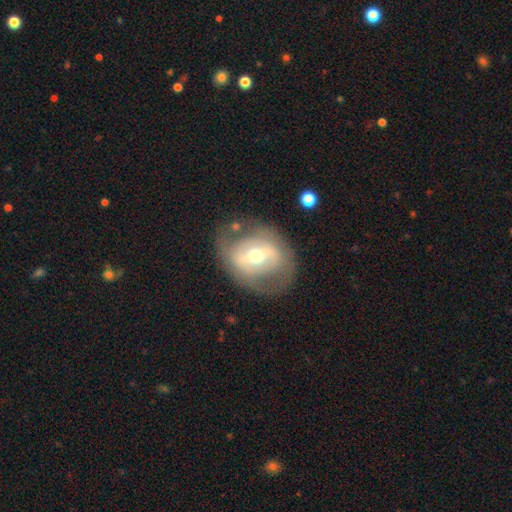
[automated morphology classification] This is likely a featured or disk galaxy (69%). It is clearly not viewed edge-on (92%). Bar: possibly strong (48%). Spiral arm pattern: likely no (62%). Central bulge: likely moderate (61%). Merging: likely none (68%).